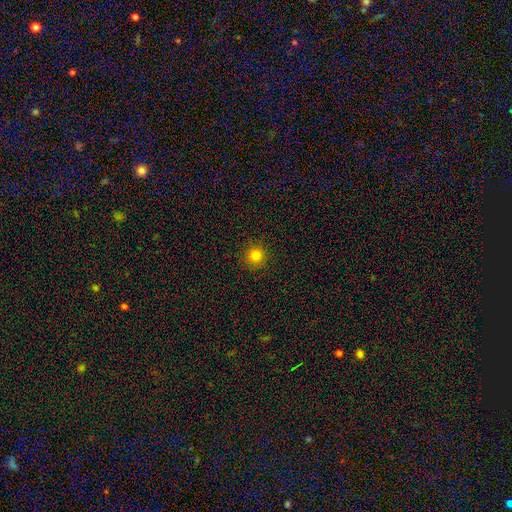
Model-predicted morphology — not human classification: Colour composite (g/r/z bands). It shows a smooth galaxy with no disk features (81%) that is round (95%). Merging: none (91%).